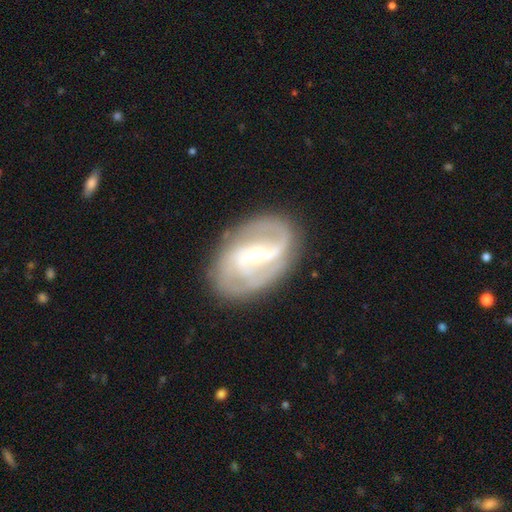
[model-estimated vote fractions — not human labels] Smooth or featured? featured or disk (86%)
Edge-on disk? no (97%)
Bar? strong (46%)
Spiral arms? yes (93%)
Spiral winding? medium (45%)
Spiral arm count? 2 (75%)
Bulge size? small (51%)
Merging? none (76%)